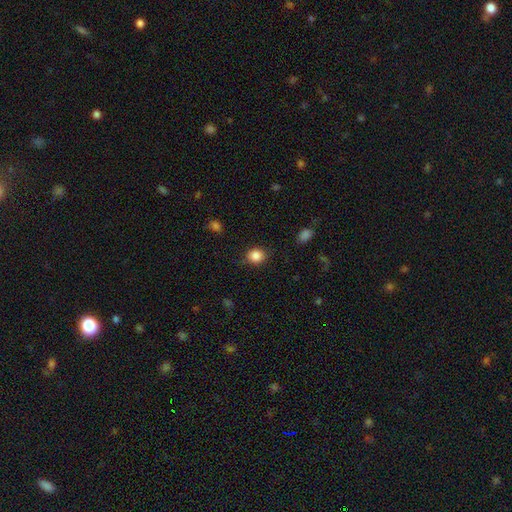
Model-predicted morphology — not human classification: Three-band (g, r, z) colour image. It shows a smooth galaxy with no disk features (86%) that is round (77%). Merging: none (83%).